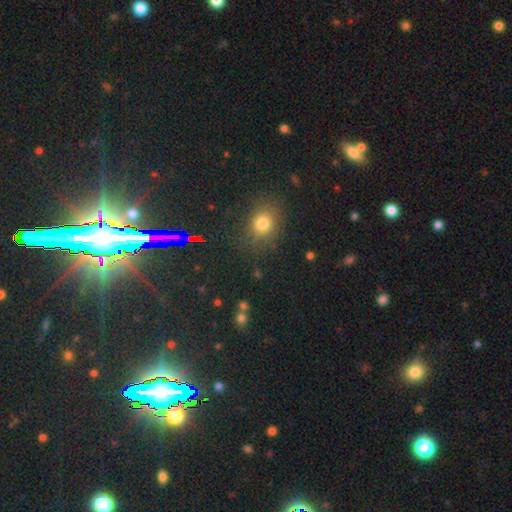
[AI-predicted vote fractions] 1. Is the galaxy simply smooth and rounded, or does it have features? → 60% star or artifact, 27% smooth, 13% featured or disk.